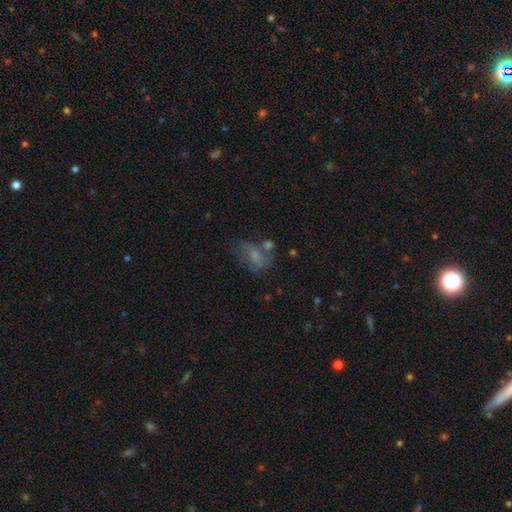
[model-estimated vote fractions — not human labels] Smooth or featured? Predicted: smooth (p=0.54). How rounded? Predicted: in between (p=0.84). Merging? Predicted: none (p=0.36).